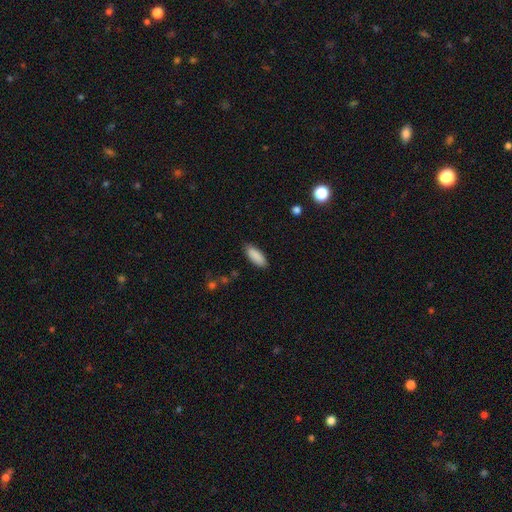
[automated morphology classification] type=smooth (90%); roundness=in between (75%); merging=none (88%).